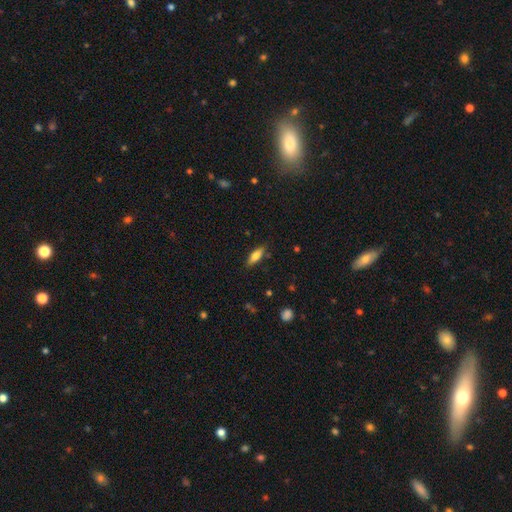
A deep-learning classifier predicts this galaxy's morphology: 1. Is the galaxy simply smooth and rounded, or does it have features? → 68% smooth, 25% featured or disk, 7% star or artifact.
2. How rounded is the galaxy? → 53% in between, 44% cigar-shaped, 2% round.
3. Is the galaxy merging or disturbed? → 84% none, 12% minor disturbance, 3% major disturbance, 2% merger.